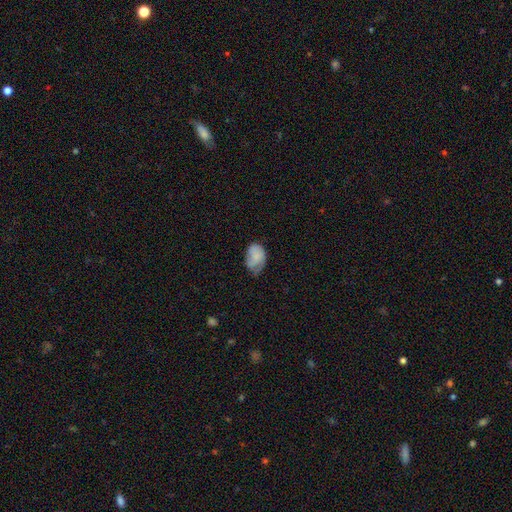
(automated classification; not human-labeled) This appears to be a smooth galaxy with no disk features (70%) that is in between round and cigar-shaped (84%). Merging: minor disturbance (41%).